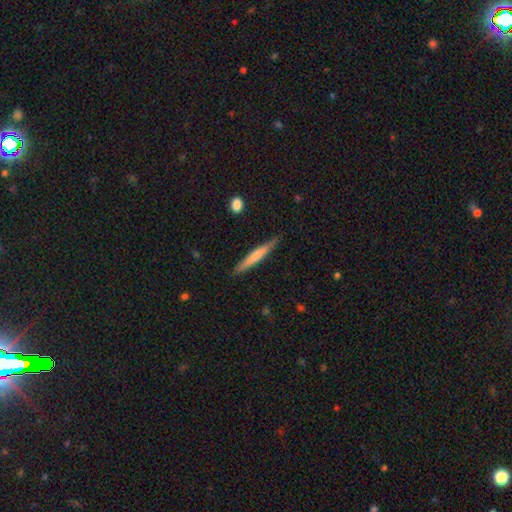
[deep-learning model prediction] smooth-or-featured: smooth: 60% | featured or disk: 35% | star or artifact: 5%
  how-rounded: cigar-shaped: 95% | in between: 3% | round: 1%
  merging: none: 86% | minor disturbance: 10% | major disturbance: 2% | merger: 1%